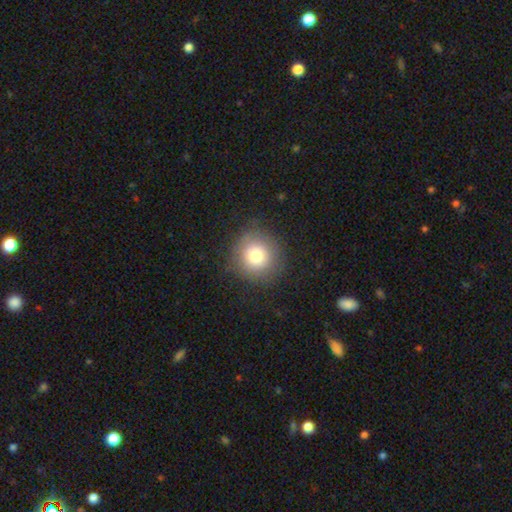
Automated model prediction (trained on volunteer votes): Smooth or featured: smooth — 78% (star or artifact — 11%)
How rounded: round — 94% (in between — 5%)
Merging: none — 84% (minor disturbance — 10%)